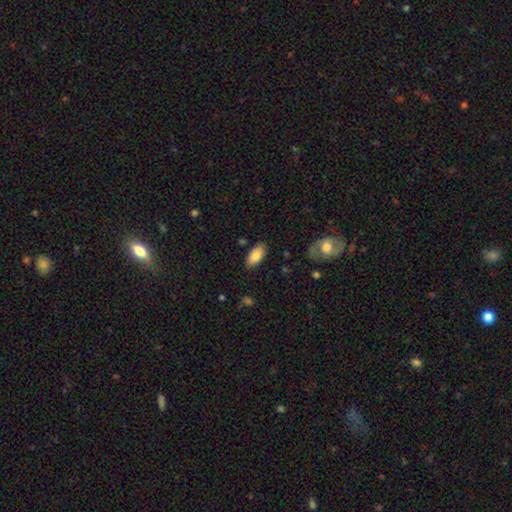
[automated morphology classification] This is clearly a smooth galaxy (85%). How rounded: clearly in between (93%). Merging: clearly none (83%).